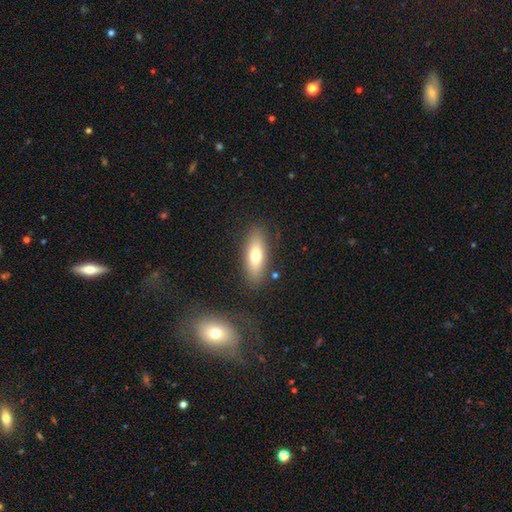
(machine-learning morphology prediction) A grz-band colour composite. It shows a smooth galaxy with no disk features (71%) that is in between round and cigar-shaped (61%). Merging: none (82%).